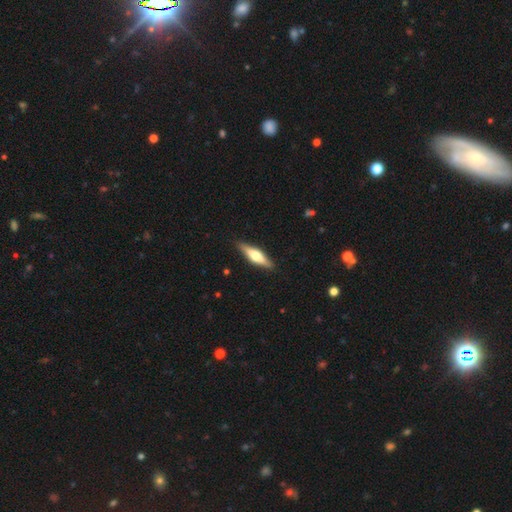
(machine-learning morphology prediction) Smooth or featured?
  - featured or disk: 57% *
  - smooth: 38%
  - star or artifact: 5%
Edge-on disk?
  - yes: 95% *
  - no: 5%
Edge-on bulge?
  - rounded: 90% *
  - boxy: 7%
  - none: 3%
Merging?
  - none: 89% *
  - minor disturbance: 8%
  - major disturbance: 2%
  - merger: 1%